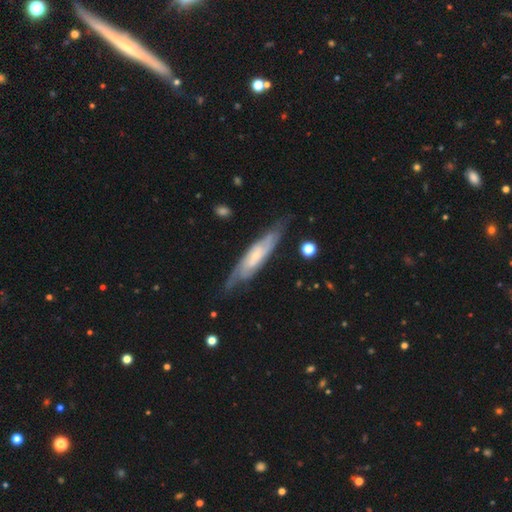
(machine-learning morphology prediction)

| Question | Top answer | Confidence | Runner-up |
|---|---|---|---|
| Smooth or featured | featured or disk | 72% | smooth (22%) |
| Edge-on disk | no | 65% | yes (35%) |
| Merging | none | 71% | minor disturbance (20%) |